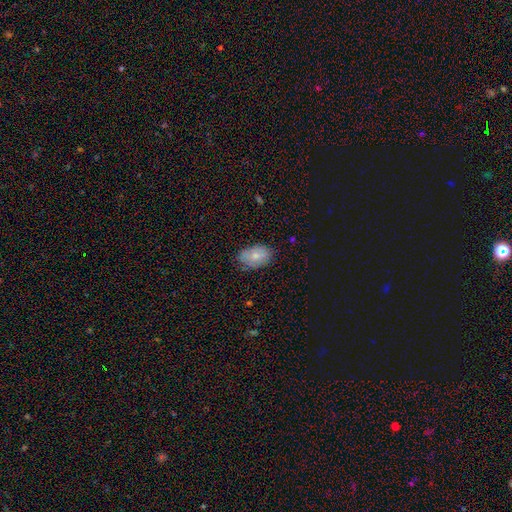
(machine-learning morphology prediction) Smooth or featured? Predicted: smooth (p=0.73). How rounded? Predicted: in between (p=0.89). Merging? Predicted: none (p=0.74).